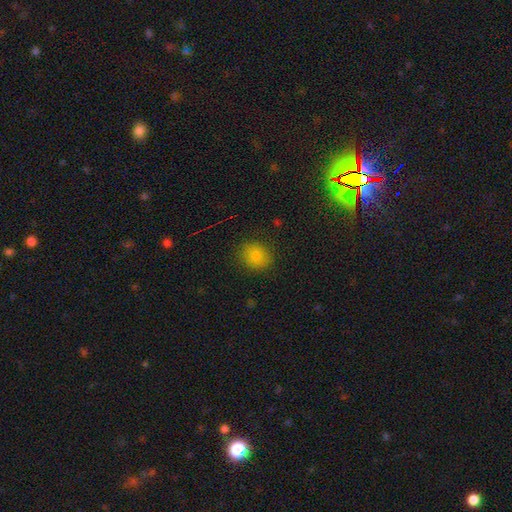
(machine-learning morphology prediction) A smooth galaxy with no disk features (81%) that is round (73%). Merging: none (86%).